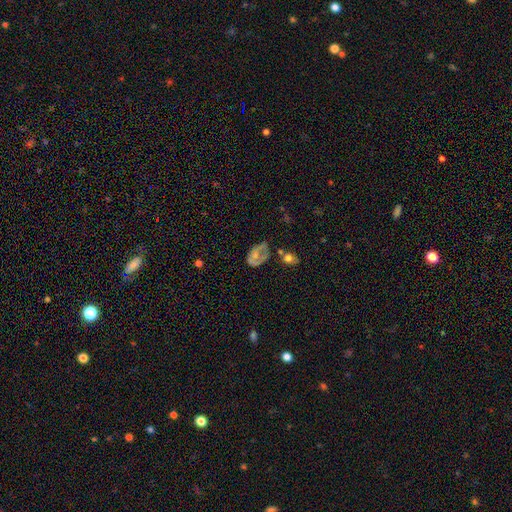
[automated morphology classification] This is possibly a smooth galaxy (48%). Merging: marginally none (36%).